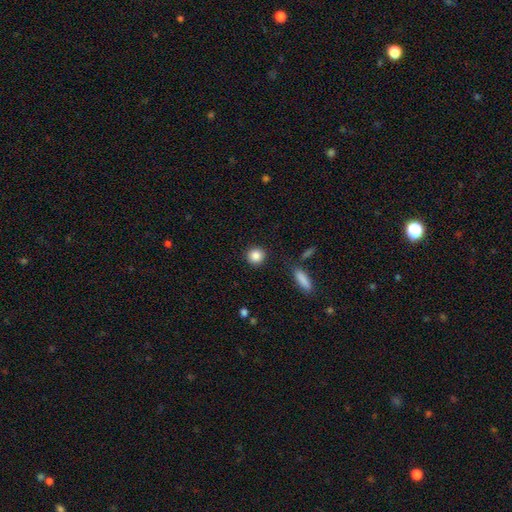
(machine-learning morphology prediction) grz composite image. It shows a smooth galaxy with no disk features (87%) that is round (90%). Merging: none (89%).